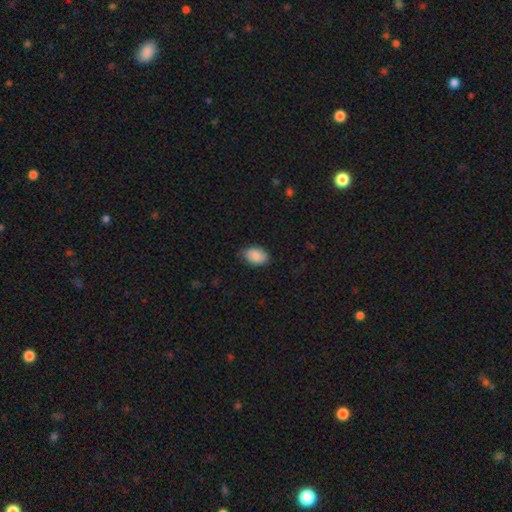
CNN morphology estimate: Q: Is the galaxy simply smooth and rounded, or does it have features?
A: smooth — 87%.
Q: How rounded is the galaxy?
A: in between — 86%.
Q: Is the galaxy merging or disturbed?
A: none — 77%.